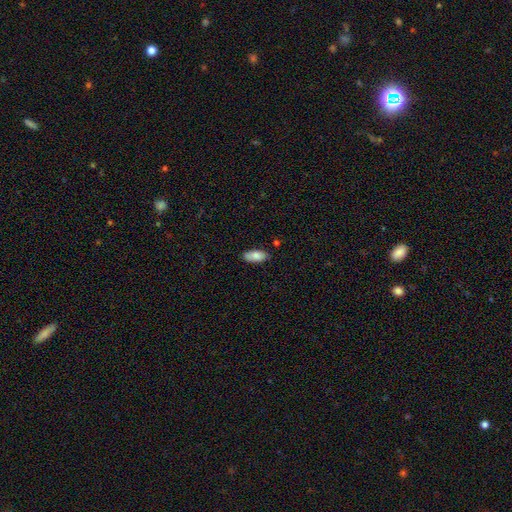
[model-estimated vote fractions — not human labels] The model was most divided on "merging": none: 84%, minor disturbance: 12%, major disturbance: 2%, merger: 2%. More confident: how rounded — in between (88%); smooth or featured — smooth (84%).